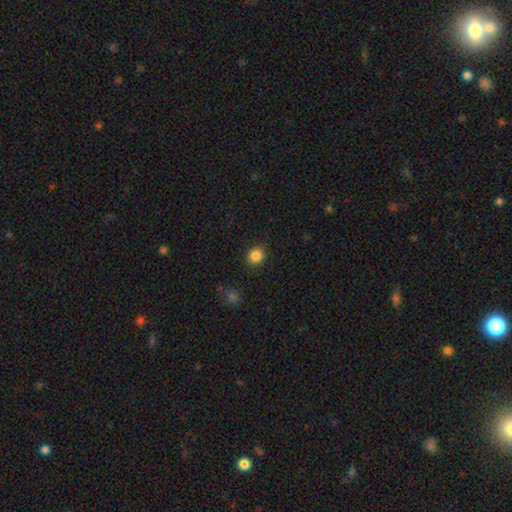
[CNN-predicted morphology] Smooth or featured?
  - smooth: 85% *
  - star or artifact: 11%
  - featured or disk: 4%
How rounded?
  - round: 85% *
  - in between: 14%
  - cigar-shaped: 1%
Merging?
  - none: 90% *
  - minor disturbance: 7%
  - major disturbance: 2%
  - merger: 1%